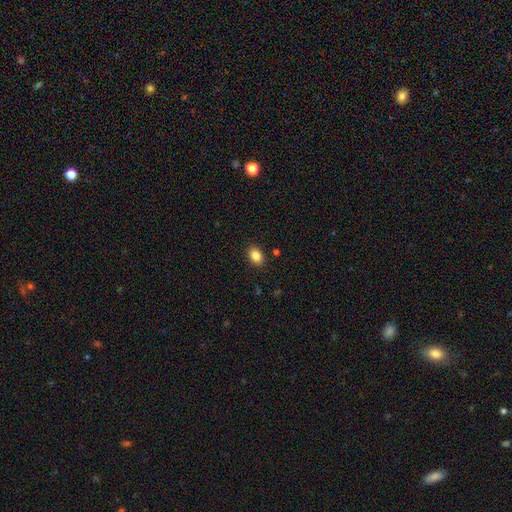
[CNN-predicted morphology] A smooth galaxy with no disk features (86%) that is in between round and cigar-shaped (78%).

Vote fractions:
- Smooth or featured? smooth: 86% / star or artifact: 9% / featured or disk: 5%
- How rounded? in between: 78% / round: 20% / cigar-shaped: 1%
- Merging? none: 88% / minor disturbance: 8% / major disturbance: 2% / merger: 1%